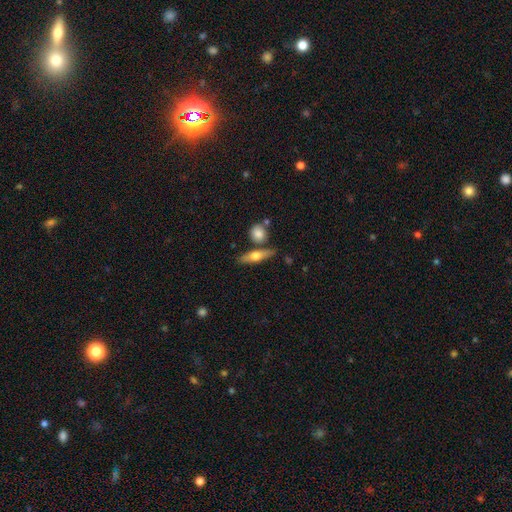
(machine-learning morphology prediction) Smooth or featured? smooth (48%)
Merging? none (73%)